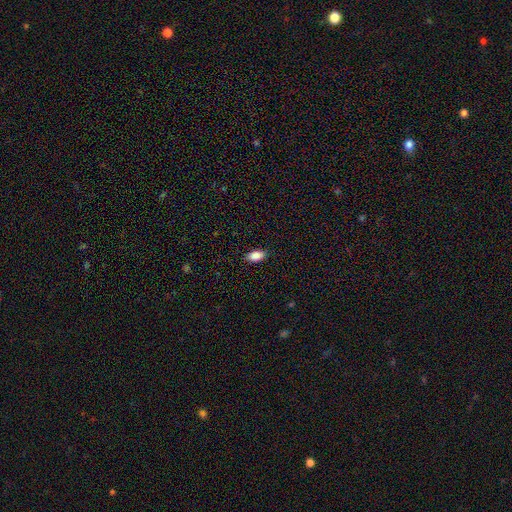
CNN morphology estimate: This is clearly a smooth galaxy (88%). How rounded: clearly in between (92%). Merging: clearly none (88%).